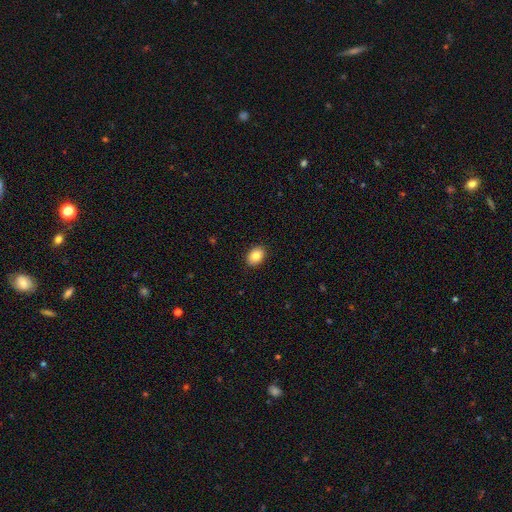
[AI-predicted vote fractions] smooth_or_featured: smooth (p=0.85) [alt: star or artifact p=0.08]
how_rounded: in between (p=0.76) [alt: round p=0.23]
merging: none (p=0.90) [alt: minor disturbance p=0.07]